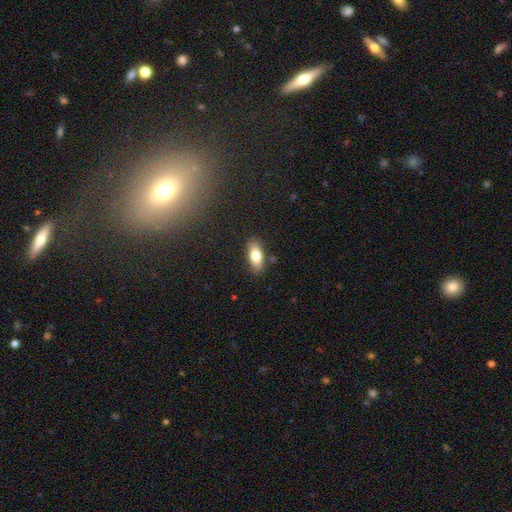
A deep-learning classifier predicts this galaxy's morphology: This appears to be a smooth galaxy with no disk features (78%) that is in between round and cigar-shaped (85%). Merging: none (83%).